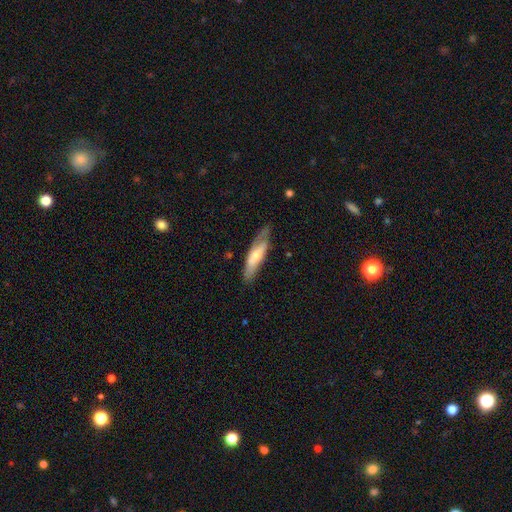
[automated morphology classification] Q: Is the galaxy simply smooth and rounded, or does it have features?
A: smooth — 47%, tied with featured or disk.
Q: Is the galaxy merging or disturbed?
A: none — 66%.